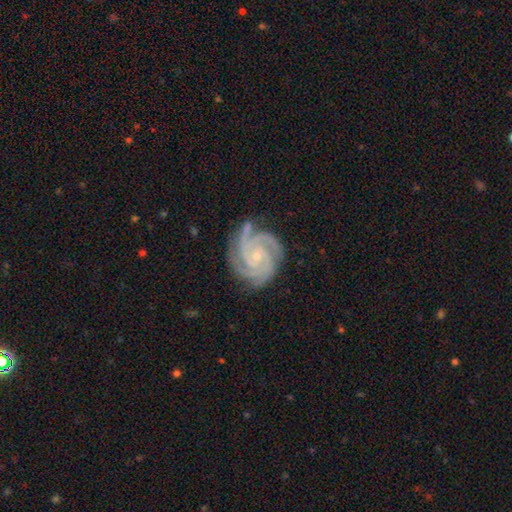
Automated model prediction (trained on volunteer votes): A featured or disk galaxy (93%) with no bar (65%), 3 (50%) tight (76%) spiral arms (99%) and a small central bulge (78%). Merging: none (78%).